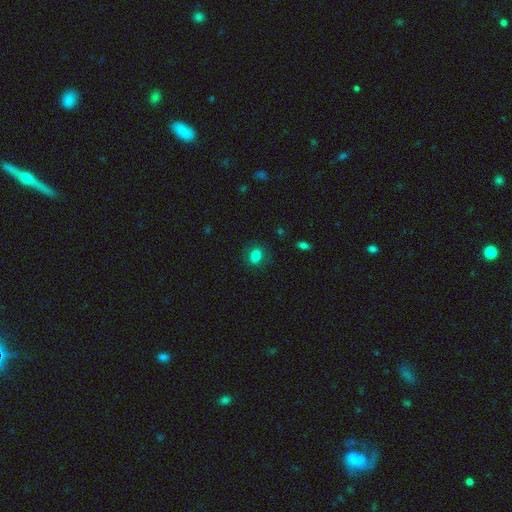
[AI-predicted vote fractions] Overall: smooth (82%). How rounded: in between (58%; round 41%). Merging: none (80%).